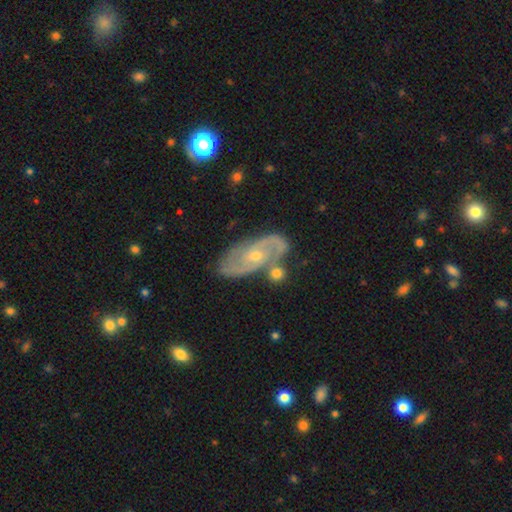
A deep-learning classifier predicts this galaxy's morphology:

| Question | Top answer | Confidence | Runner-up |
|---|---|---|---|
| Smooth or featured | featured or disk | 85% | smooth (9%) |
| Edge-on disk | no | 95% | yes (5%) |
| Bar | no | 60% | weak (32%) |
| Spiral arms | yes | 94% | no (6%) |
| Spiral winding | medium | 48% | tight (37%) |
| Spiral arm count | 2 | 80% | can't tell (9%) |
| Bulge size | small | 62% | moderate (36%) |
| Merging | none | 69% | minor disturbance (16%) |